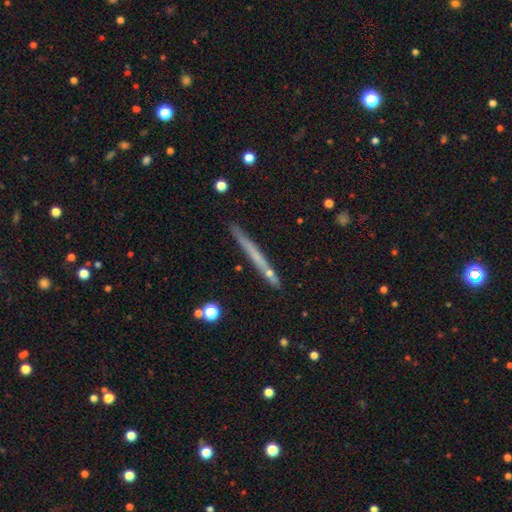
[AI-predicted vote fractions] smooth-or-featured: smooth: 49% | featured or disk: 43% | star or artifact: 8%
  merging: none: 85% | minor disturbance: 10% | merger: 3% | major disturbance: 2%